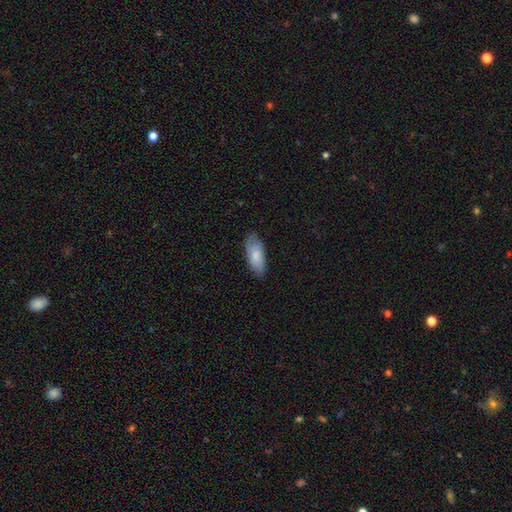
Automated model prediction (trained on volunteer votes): Smooth or featured: smooth — 79% (featured or disk — 15%)
How rounded: in between — 84% (cigar-shaped — 14%)
Merging: none — 75% (minor disturbance — 20%)